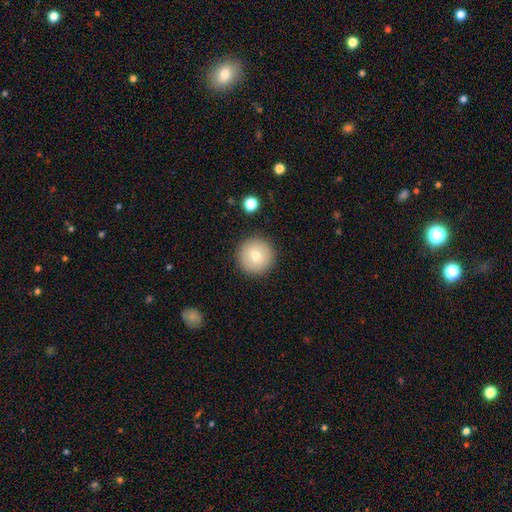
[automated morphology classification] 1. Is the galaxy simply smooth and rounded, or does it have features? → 78% smooth, 14% featured or disk, 8% star or artifact.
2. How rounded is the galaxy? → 96% round, 3% in between, 1% cigar-shaped.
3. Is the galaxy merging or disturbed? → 90% none, 7% minor disturbance, 2% major disturbance, 2% merger.